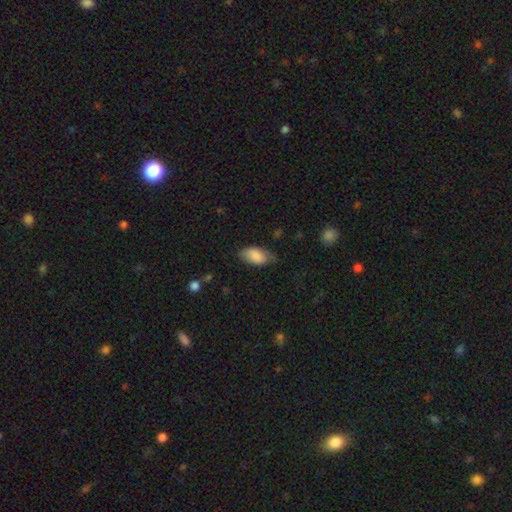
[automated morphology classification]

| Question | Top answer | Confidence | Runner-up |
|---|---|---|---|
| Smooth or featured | smooth | 82% | featured or disk (11%) |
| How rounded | in between | 94% | round (3%) |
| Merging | none | 58% | minor disturbance (32%) |